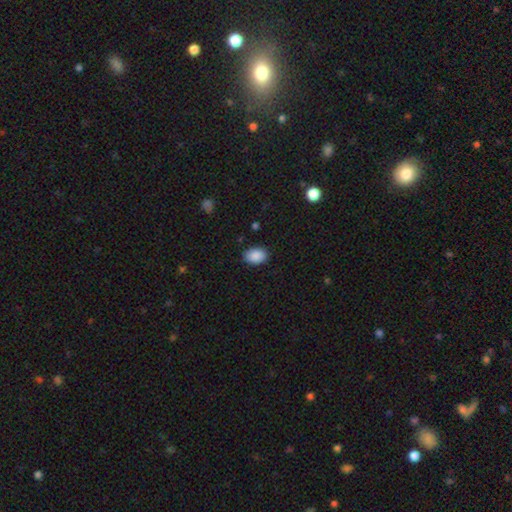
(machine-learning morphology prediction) The model was most divided on "how rounded": in between: 83%, round: 16%, cigar-shaped: 1%. More confident: smooth or featured — smooth (89%); merging — none (87%).